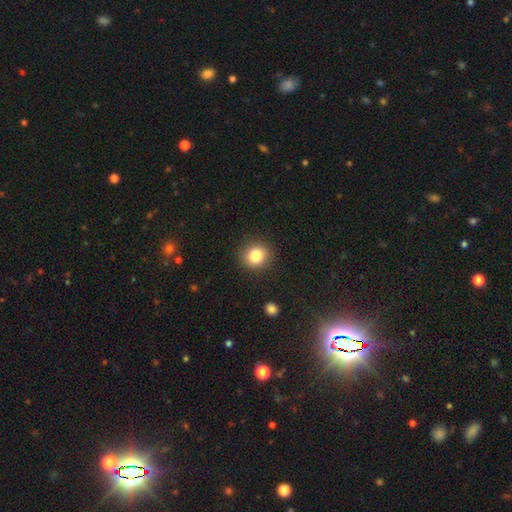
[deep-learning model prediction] smooth_or_featured: smooth (p=0.84) [alt: star or artifact p=0.10]
how_rounded: round (p=0.85) [alt: in between p=0.15]
merging: none (p=0.89) [alt: minor disturbance p=0.07]